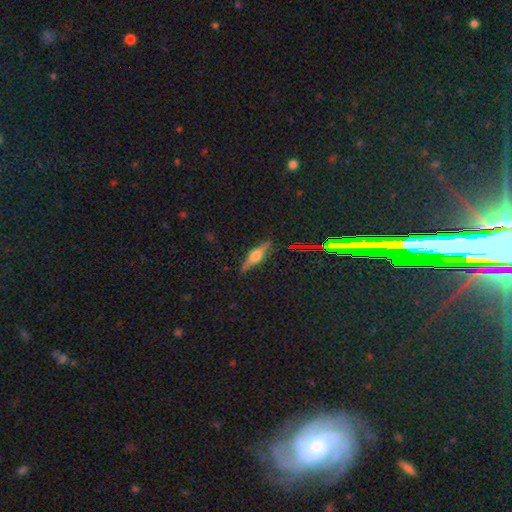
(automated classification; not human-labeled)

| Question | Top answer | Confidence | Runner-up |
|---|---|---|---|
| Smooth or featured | featured or disk | 65% | smooth (25%) |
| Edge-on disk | yes | 96% | no (4%) |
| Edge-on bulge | rounded | 92% | boxy (6%) |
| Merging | none | 88% | minor disturbance (9%) |